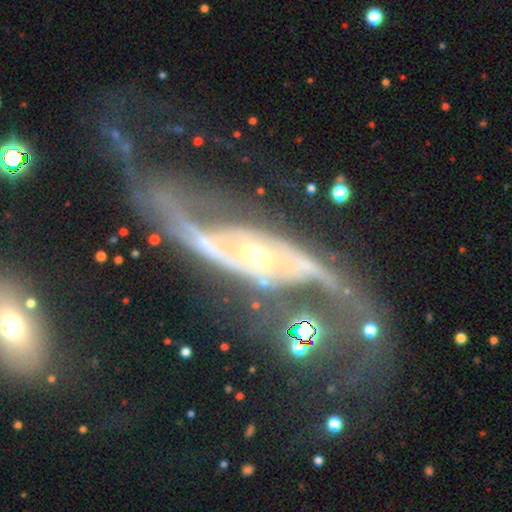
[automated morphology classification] Smooth or featured: featured or disk — 89% (star or artifact — 6%)
Edge-on disk: no — 90% (yes — 10%)
Bar: no — 46% (weak — 30%)
Spiral arms: yes — 94% (no — 6%)
Spiral winding: loose — 59% (medium — 30%)
Spiral arm count: 2 — 90% (can't tell — 4%)
Bulge size: small — 51% (moderate — 41%)
Merging: none — 42% (major disturbance — 32%)